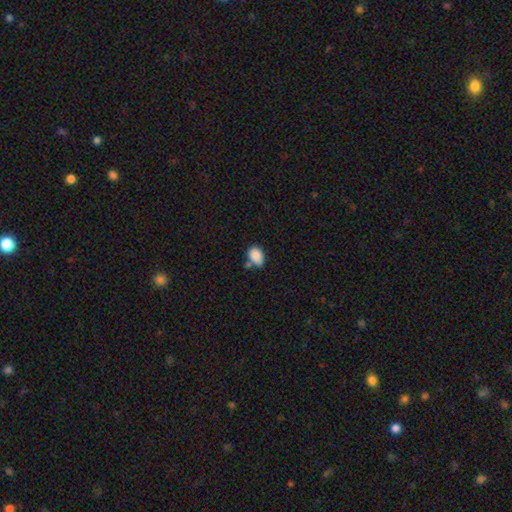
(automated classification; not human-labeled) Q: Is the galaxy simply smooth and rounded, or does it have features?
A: smooth — 87%.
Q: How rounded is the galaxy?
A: in between — 82%.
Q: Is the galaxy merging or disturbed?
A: none — 56%.